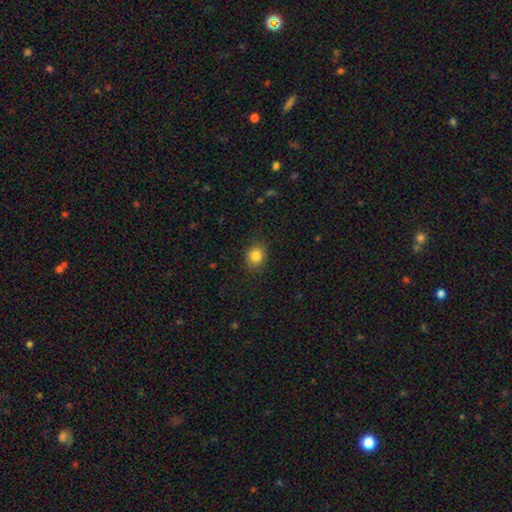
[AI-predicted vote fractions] smooth_or_featured: smooth (p=0.84) [alt: star or artifact p=0.11]
how_rounded: round (p=0.70) [alt: in between p=0.29]
merging: none (p=0.87) [alt: minor disturbance p=0.09]